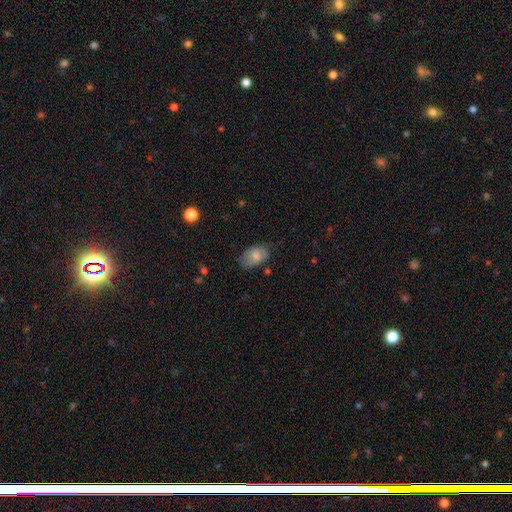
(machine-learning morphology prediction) A smooth galaxy with no disk features (67%) that is in between round and cigar-shaped (90%). Merging: none (65%).